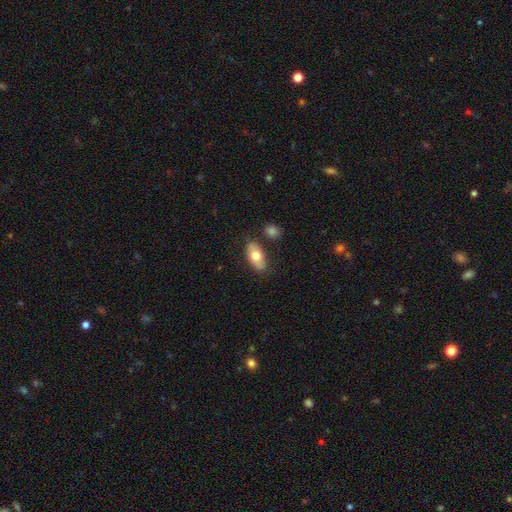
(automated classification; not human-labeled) This appears to be a smooth galaxy with no disk features (71%) that is in between round and cigar-shaped (90%). Merging: none (78%).